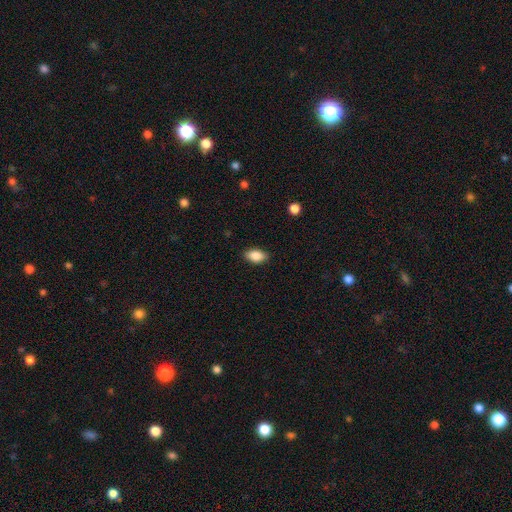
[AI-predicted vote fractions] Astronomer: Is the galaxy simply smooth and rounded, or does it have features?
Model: smooth — 87%.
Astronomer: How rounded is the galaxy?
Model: in between — 90%.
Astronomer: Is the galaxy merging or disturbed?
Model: none — 86%.